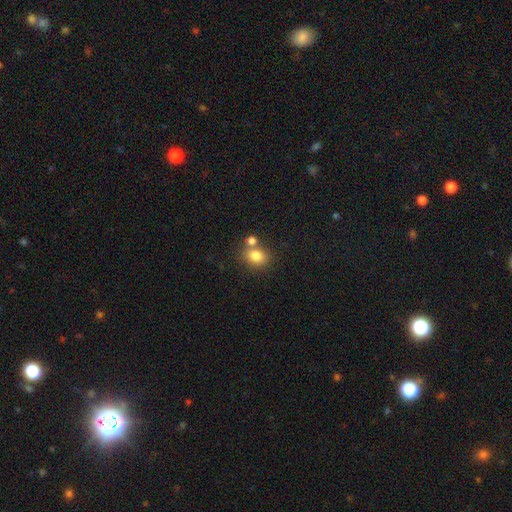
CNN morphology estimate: smooth_or_featured: smooth (p=0.81) [alt: star or artifact p=0.11]
how_rounded: in between (p=0.50) [alt: round p=0.49]
merging: none (p=0.60) [alt: merger p=0.25]